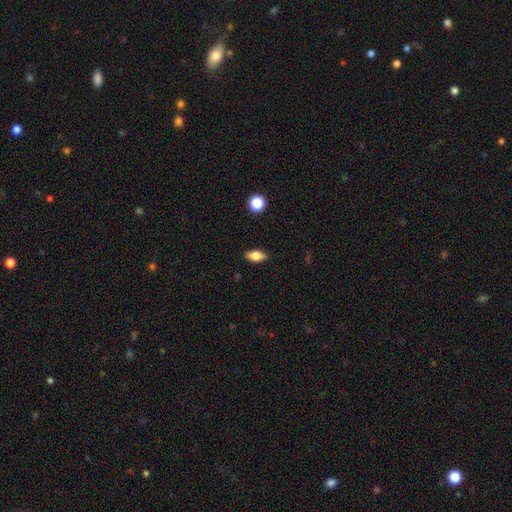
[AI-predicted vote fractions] smooth 79%, featured or disk 13%, star or artifact 8%. Down the decision tree: how rounded — in between (86%); merging — none (87%).